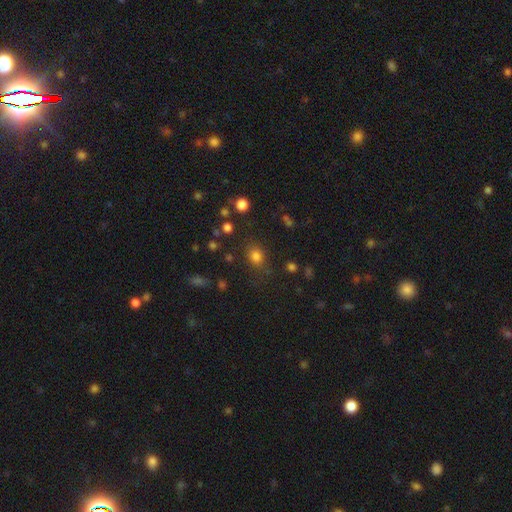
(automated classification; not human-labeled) Smooth or featured? Predicted: smooth (p=0.78). How rounded? Predicted: round (p=0.62). Merging? Predicted: none (p=0.77).